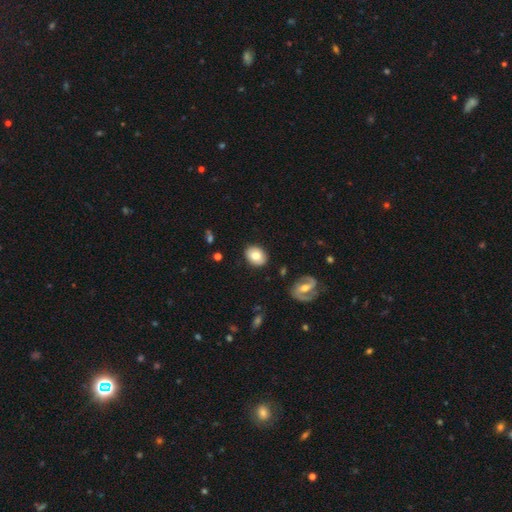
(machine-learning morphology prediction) smooth_or_featured: smooth (p=0.73) [alt: featured or disk p=0.20]
how_rounded: in between (p=0.60) [alt: round p=0.39]
merging: none (p=0.86) [alt: minor disturbance p=0.10]